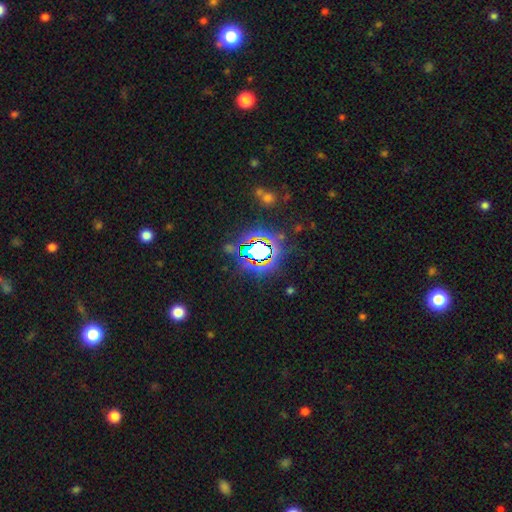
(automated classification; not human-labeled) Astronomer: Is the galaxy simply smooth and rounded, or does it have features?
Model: star or artifact — 79%.